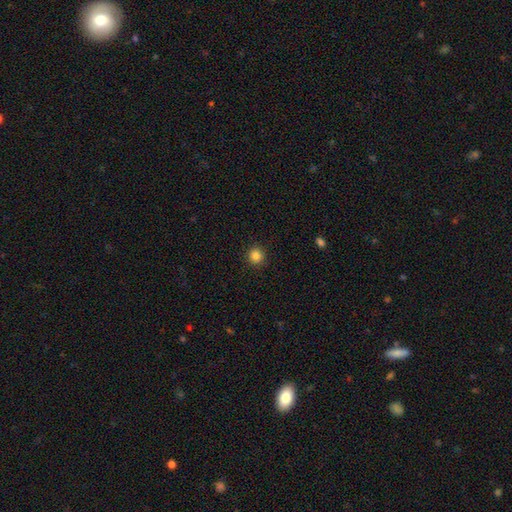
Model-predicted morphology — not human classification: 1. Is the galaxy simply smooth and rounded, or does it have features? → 85% smooth, 11% star or artifact, 4% featured or disk.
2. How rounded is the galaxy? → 94% round, 6% in between, 1% cigar-shaped.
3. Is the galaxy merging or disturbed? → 92% none, 5% minor disturbance, 2% major disturbance, 1% merger.